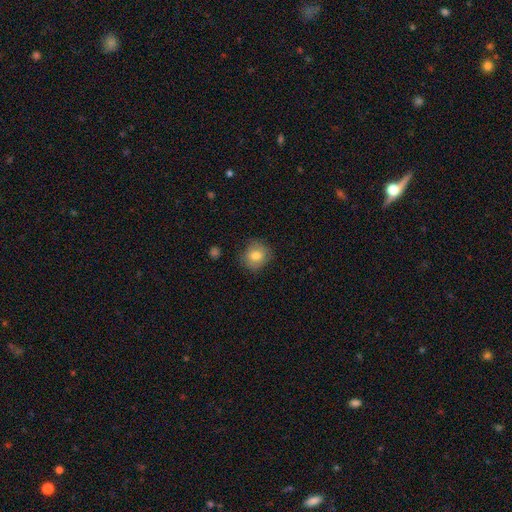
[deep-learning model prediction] This appears to be a smooth galaxy with no disk features (79%) that is round (80%). Merging: none (78%).